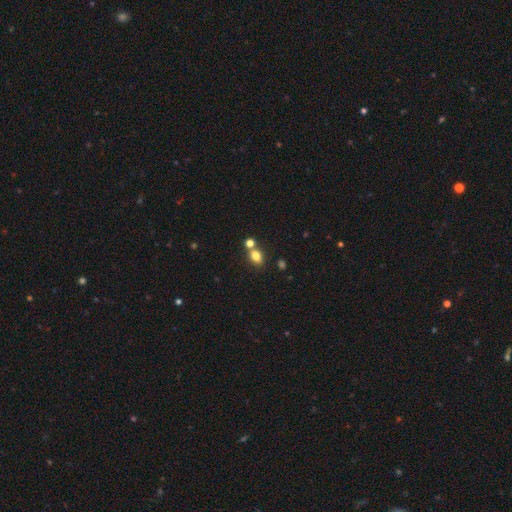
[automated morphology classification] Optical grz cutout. It shows a smooth galaxy with no disk features (79%) that is in between round and cigar-shaped (63%). Merging: none (60%).